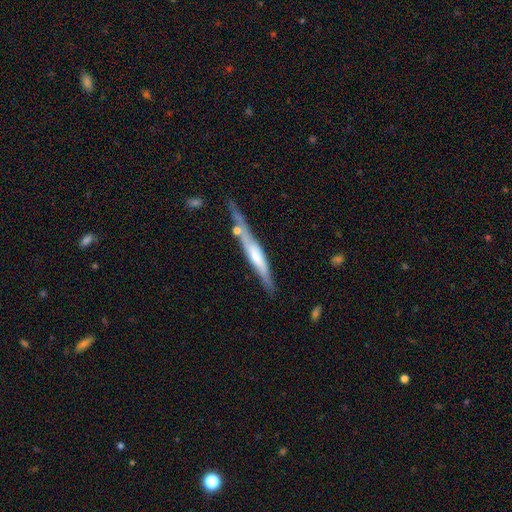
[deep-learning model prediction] Smooth or featured: featured or disk — 58% (smooth — 36%)
Edge-on disk: yes — 90% (no — 10%)
Edge-on bulge: rounded — 42% (none — 31%)
Merging: none — 64% (minor disturbance — 20%)